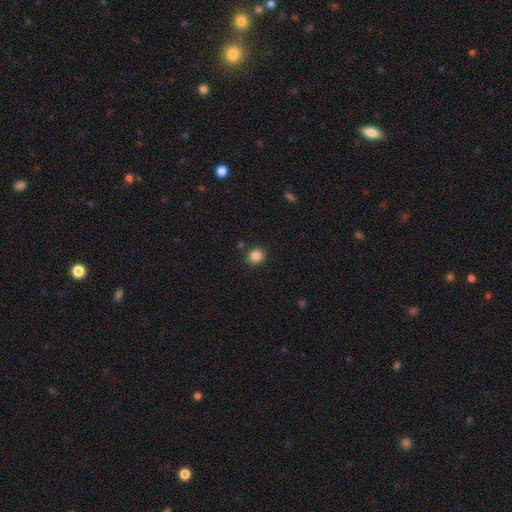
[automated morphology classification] A smooth galaxy with no disk features (85%) that is round (85%).

Vote fractions:
- Smooth or featured? smooth: 85% / star or artifact: 11% / featured or disk: 4%
- How rounded? round: 85% / in between: 14% / cigar-shaped: 1%
- Merging? none: 86% / minor disturbance: 9% / merger: 3% / major disturbance: 3%